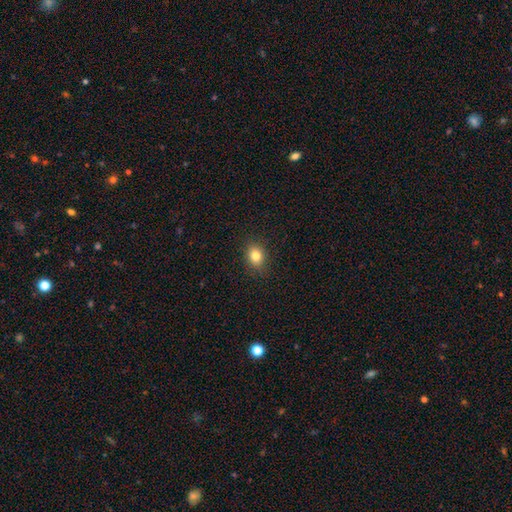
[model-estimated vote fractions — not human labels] Smooth or featured: smooth — 82% (star or artifact — 11%)
How rounded: in between — 50% (round — 49%)
Merging: none — 88% (minor disturbance — 8%)